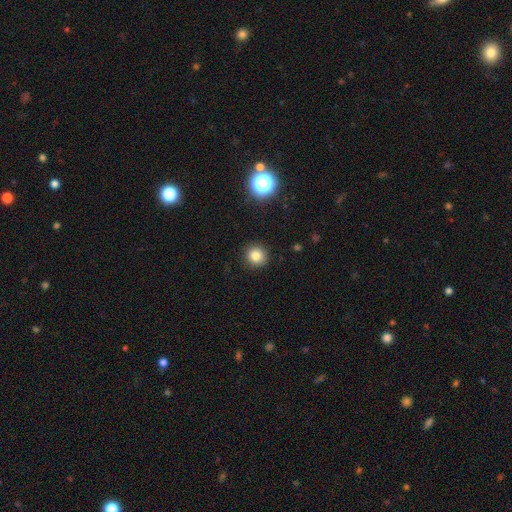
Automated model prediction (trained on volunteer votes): Smooth or featured? smooth (82%)
How rounded? round (91%)
Merging? none (91%)